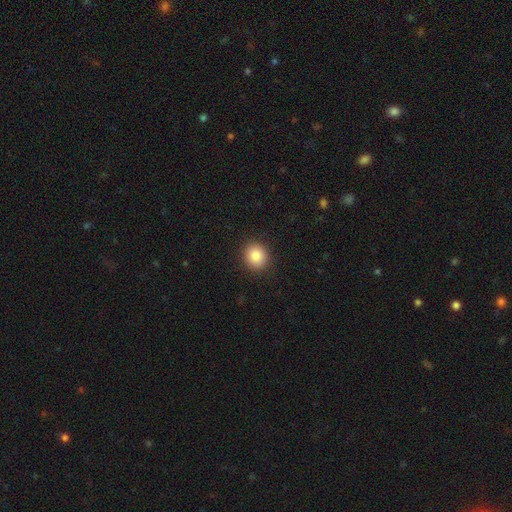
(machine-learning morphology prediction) This is clearly a smooth galaxy (87%). How rounded: clearly round (83%). Merging: clearly none (91%).